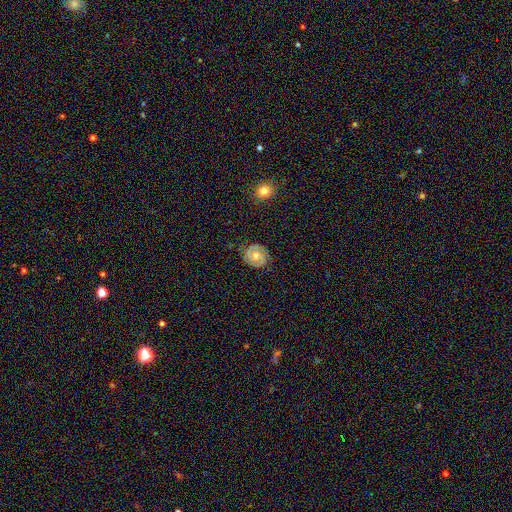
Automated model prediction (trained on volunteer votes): A featured or disk galaxy (73%) with no bar (64%), 2 (81%) tight (68%) spiral arms (92%) and a moderate central bulge (62%).

Vote fractions:
- Smooth or featured? featured or disk: 73% / smooth: 17% / star or artifact: 10%
- Edge-on disk? no: 98% / yes: 2%
- Bar? no: 64% / weak: 28% / strong: 8%
- Spiral arms? yes: 92% / no: 8%
- Spiral winding? tight: 68% / medium: 27% / loose: 5%
- Spiral arm count? 2: 81% / can't tell: 8% / 3: 6% / 1: 2% / 4: 2% / more than 4: 2%
- Bulge size? moderate: 62% / small: 33% / large: 3% / none: 2% / dominant: 1%
- Merging? none: 84% / minor disturbance: 11% / major disturbance: 3% / merger: 1%